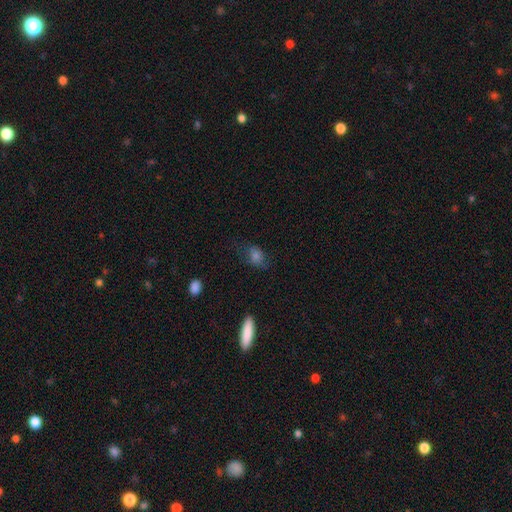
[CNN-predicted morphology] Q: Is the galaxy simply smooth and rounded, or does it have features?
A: smooth — 72%.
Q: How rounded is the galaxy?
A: in between — 68%.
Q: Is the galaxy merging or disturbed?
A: none — 62%.